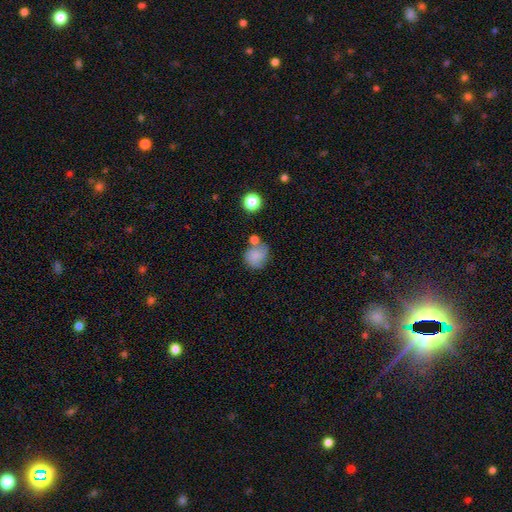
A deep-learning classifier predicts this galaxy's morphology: Overall: smooth (77%). How rounded: round (80%). Merging: none (57%; merger 18%).